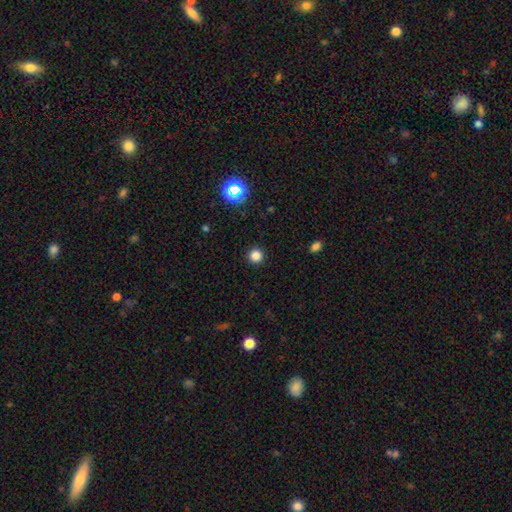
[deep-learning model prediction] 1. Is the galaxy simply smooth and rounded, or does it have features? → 82% smooth, 15% star or artifact, 3% featured or disk.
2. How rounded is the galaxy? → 95% round, 4% in between, 1% cigar-shaped.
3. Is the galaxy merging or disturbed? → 93% none, 5% minor disturbance, 2% major disturbance, 1% merger.